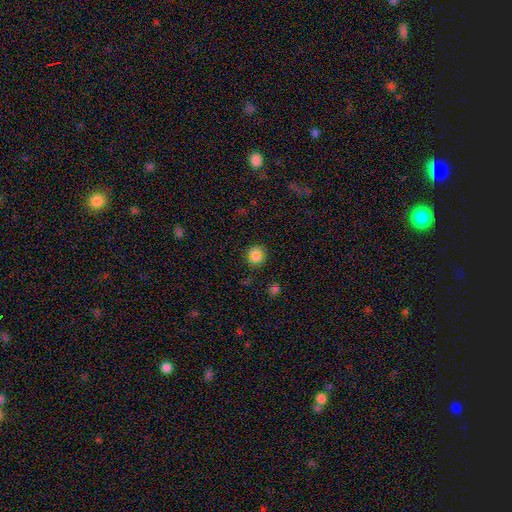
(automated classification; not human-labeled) Smooth or featured? smooth (69%)
How rounded? round (91%)
Merging? none (87%)